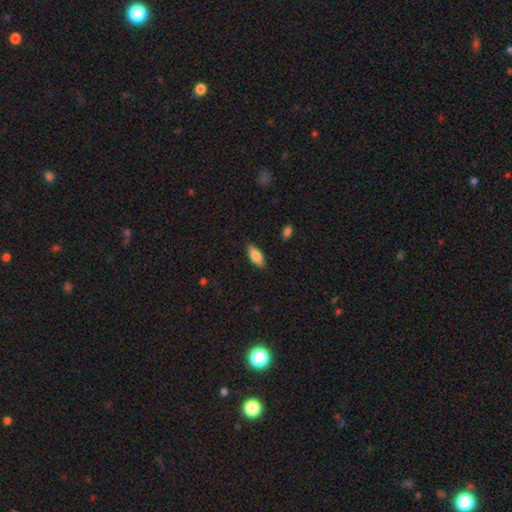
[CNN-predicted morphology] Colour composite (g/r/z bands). It shows a smooth galaxy with no disk features (83%) that is in between round and cigar-shaped (82%). Merging: none (84%).